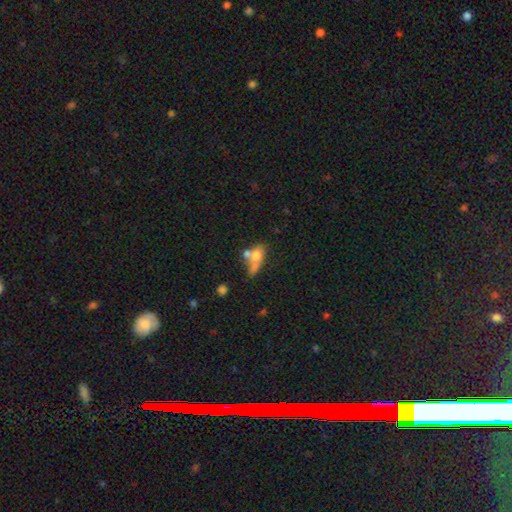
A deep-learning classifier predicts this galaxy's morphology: type=smooth (61%); roundness=in between (68%); merging=merger (46%).